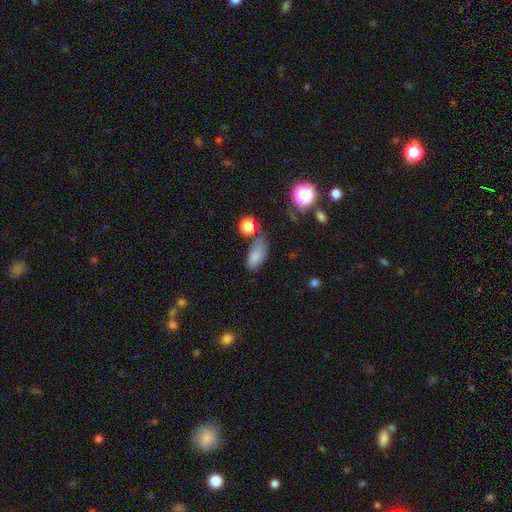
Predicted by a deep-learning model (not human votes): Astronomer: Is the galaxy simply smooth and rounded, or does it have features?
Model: smooth — 79%.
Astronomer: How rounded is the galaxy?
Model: in between — 87%.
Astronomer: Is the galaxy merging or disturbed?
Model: none — 45% (runner-up: minor disturbance, 29%).